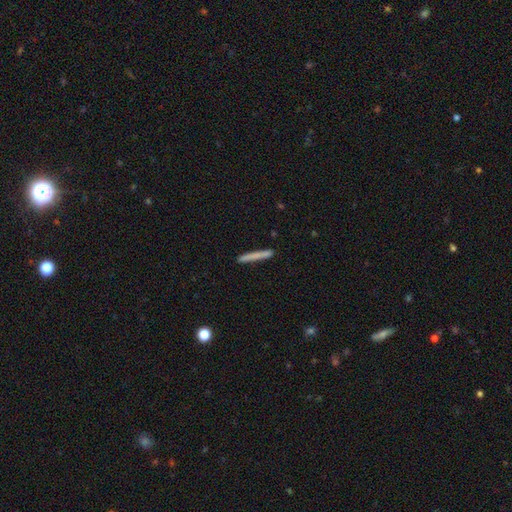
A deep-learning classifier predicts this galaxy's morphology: This appears to be a smooth galaxy with no disk features (72%) that is cigar-shaped (97%). Merging: none (88%).